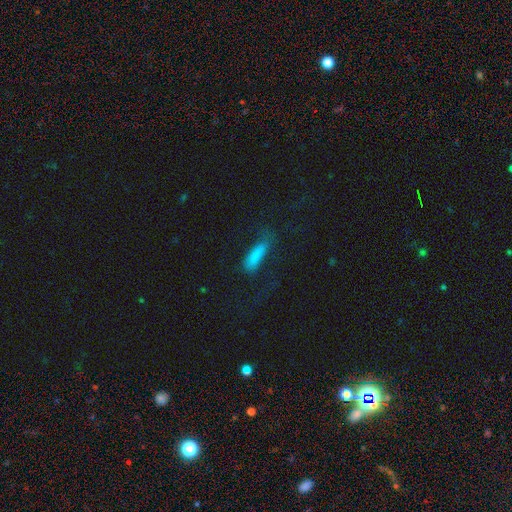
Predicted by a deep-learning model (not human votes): Smooth or featured: smooth — 79% (featured or disk — 12%)
How rounded: cigar-shaped — 63% (in between — 34%)
Merging: none — 54% (minor disturbance — 25%)